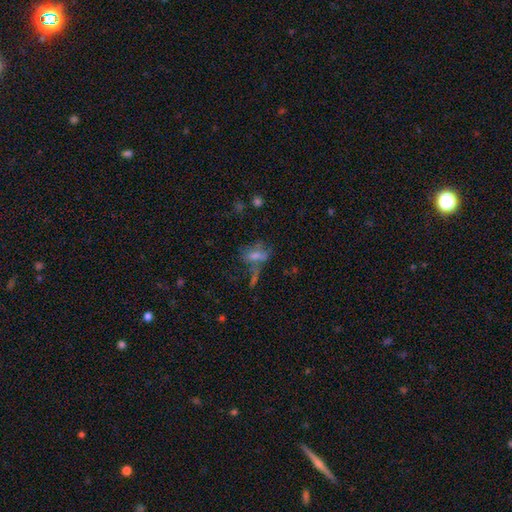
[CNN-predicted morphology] This appears to be a smooth galaxy with no disk features (57%) that is in between round and cigar-shaped (80%). Merging: none (35%).